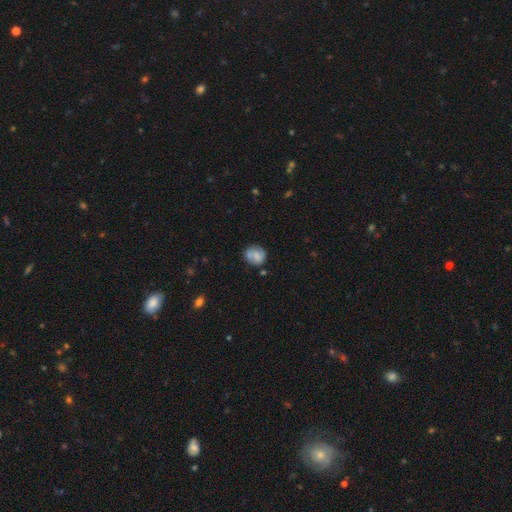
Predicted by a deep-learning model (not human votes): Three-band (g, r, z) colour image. It shows a smooth galaxy with no disk features (63%) that is round (80%). Merging: none (60%).